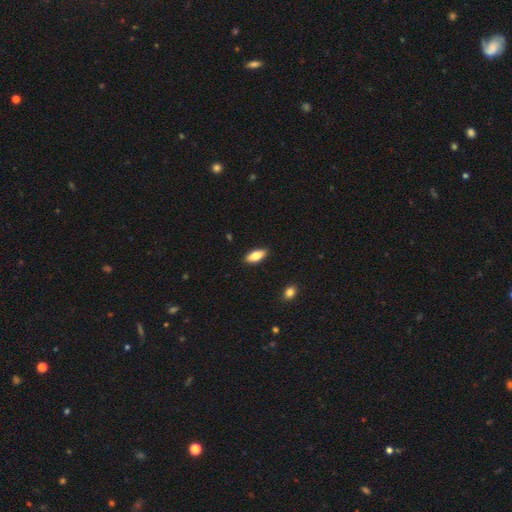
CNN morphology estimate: smooth 79%, featured or disk 14%, star or artifact 6%. Down the decision tree: how rounded — in between (84%); merging — none (89%).